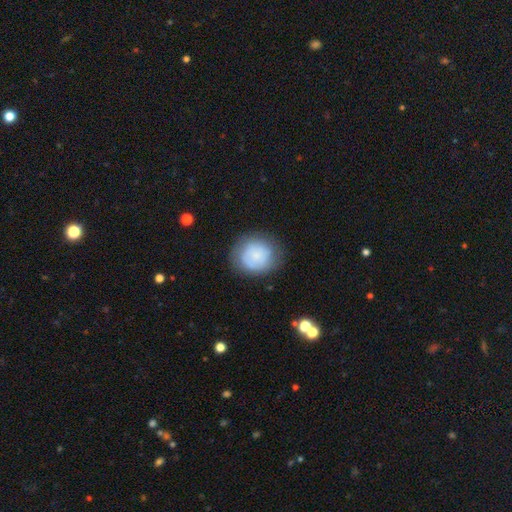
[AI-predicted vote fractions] Smooth or featured? smooth (69%)
How rounded? round (86%)
Merging? none (76%)